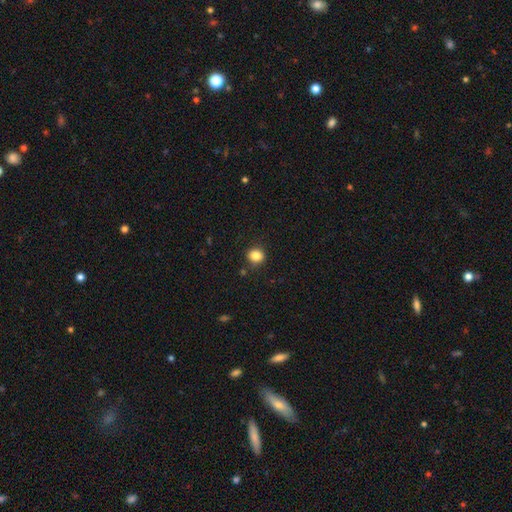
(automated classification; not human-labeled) The model was most divided on "how rounded": round: 78%, in between: 21%, cigar-shaped: 1%. More confident: merging — none (86%); smooth or featured — smooth (84%).